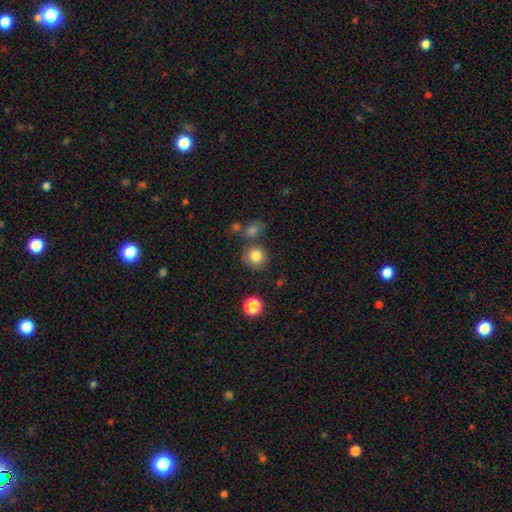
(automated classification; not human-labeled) Morphology: type=smooth (82%); roundness=round (89%); merging=none (74%).